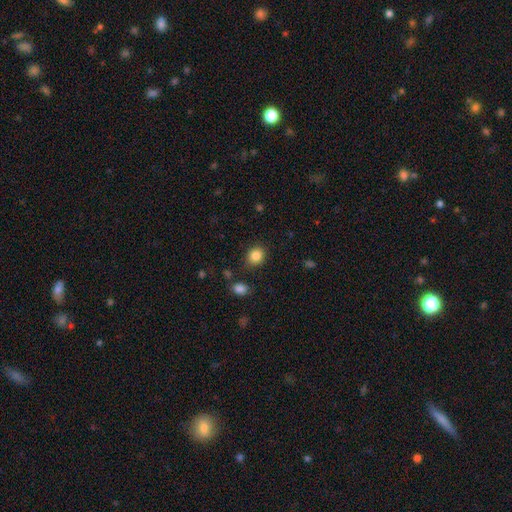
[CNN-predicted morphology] The model was most divided on "how rounded": round: 70%, in between: 29%, cigar-shaped: 1%. More confident: smooth or featured — smooth (86%); merging — none (84%).